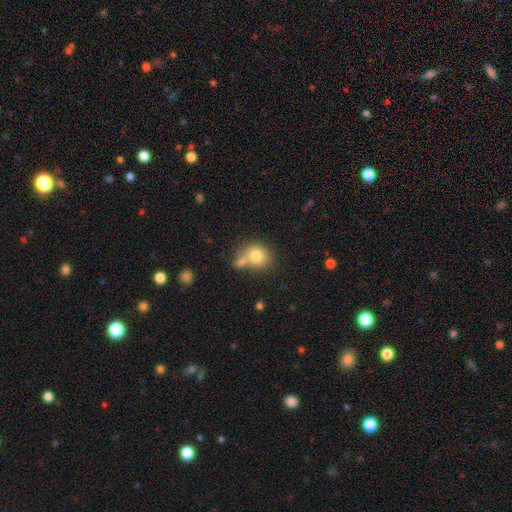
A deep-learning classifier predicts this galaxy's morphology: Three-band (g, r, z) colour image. It shows a smooth galaxy with no disk features (79%) that is round (67%). Merging: none (41%, tied with merger).